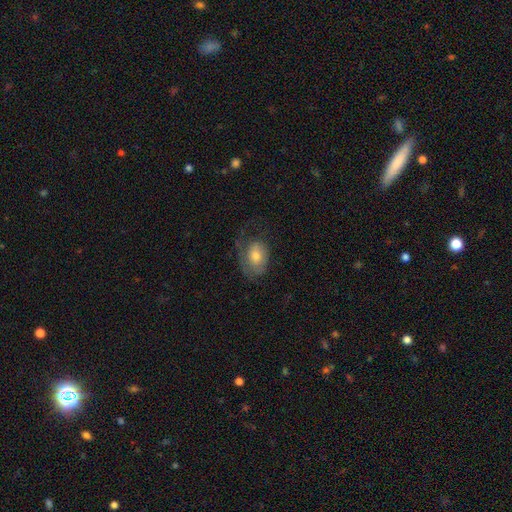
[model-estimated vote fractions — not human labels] Smooth or featured: smooth — 56% (featured or disk — 36%)
How rounded: in between — 78% (round — 21%)
Merging: none — 45% (major disturbance — 29%)